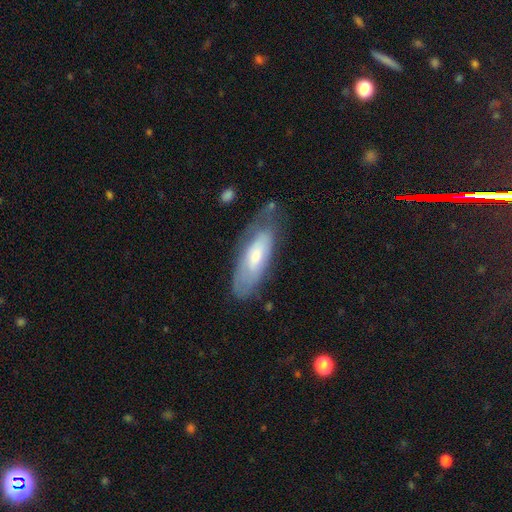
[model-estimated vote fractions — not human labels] Smooth or featured? smooth (52%)
How rounded? in between (67%)
Merging? none (55%)